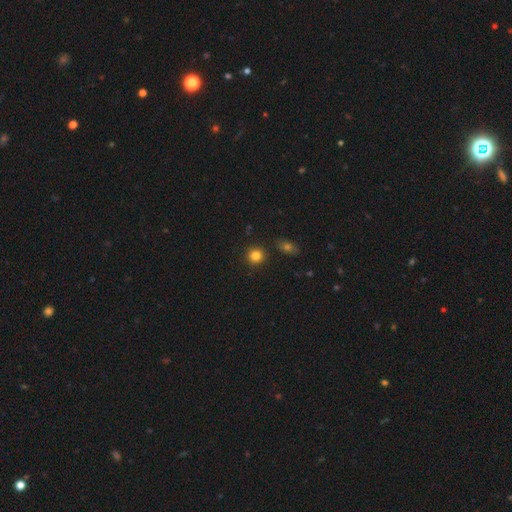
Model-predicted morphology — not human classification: Smooth or featured?
  - smooth: 83% *
  - star or artifact: 11%
  - featured or disk: 6%
How rounded?
  - round: 91% *
  - in between: 8%
  - cigar-shaped: 1%
Merging?
  - none: 89% *
  - minor disturbance: 6%
  - merger: 3%
  - major disturbance: 2%